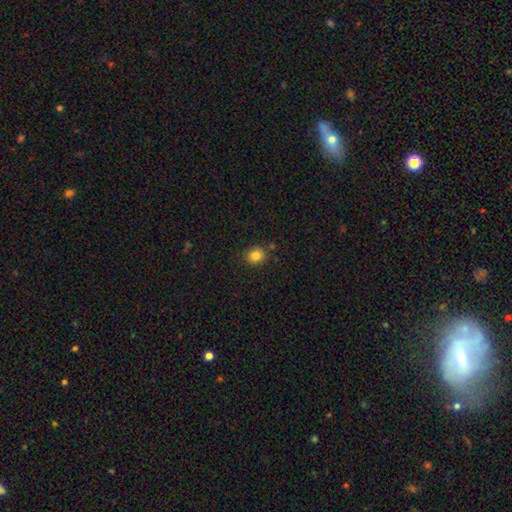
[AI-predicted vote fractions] A smooth galaxy with no disk features (83%) that is round (74%). Merging: none (83%).